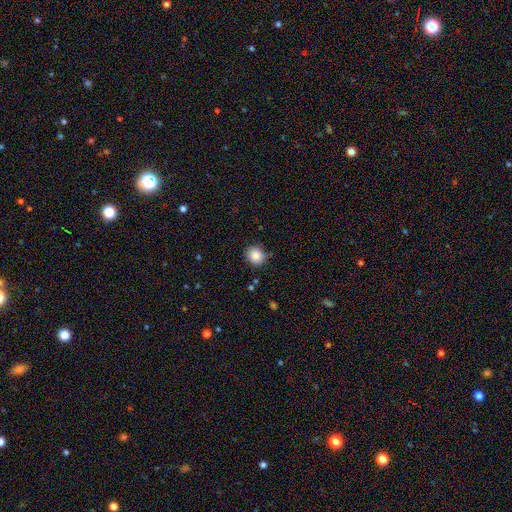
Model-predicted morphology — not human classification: type=smooth (85%); roundness=round (81%); merging=none (86%).